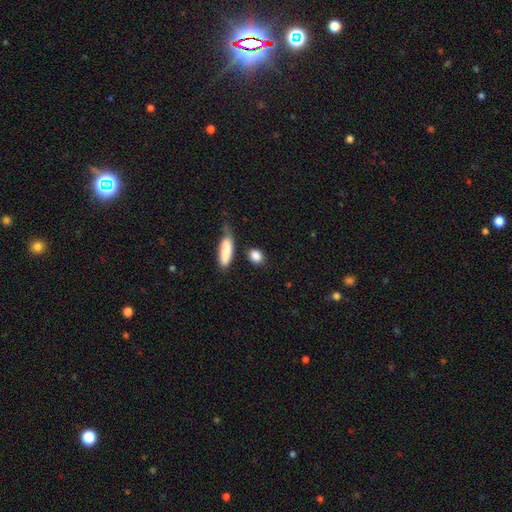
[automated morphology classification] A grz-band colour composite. It shows a smooth galaxy with no disk features (88%) that is in between round and cigar-shaped (49%). Merging: none (73%).